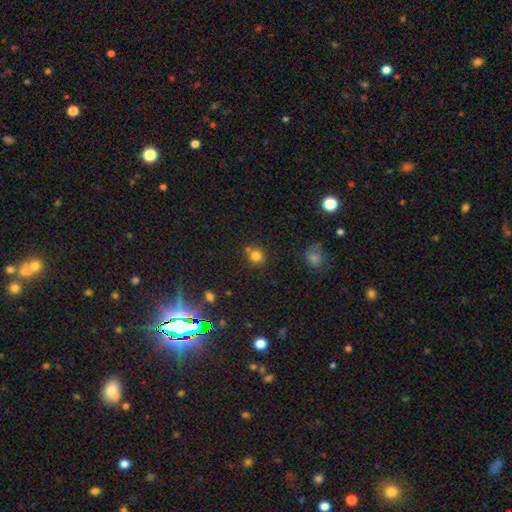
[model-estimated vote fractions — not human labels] The model was most divided on "merging": none: 67%, merger: 17%, minor disturbance: 12%, major disturbance: 4%. More confident: how rounded — round (87%); smooth or featured — smooth (78%).